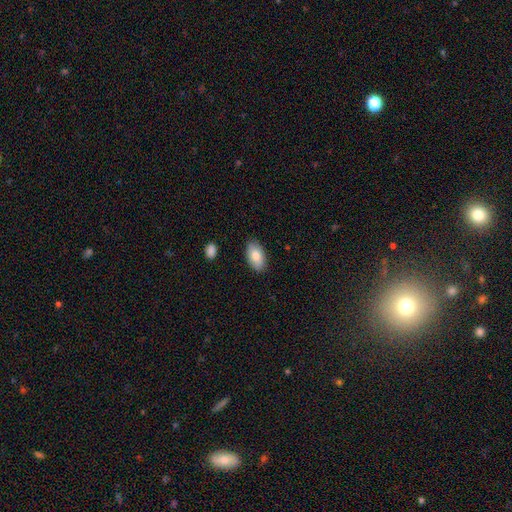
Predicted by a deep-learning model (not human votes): This appears to be a smooth galaxy with no disk features (82%) that is in between round and cigar-shaped (94%). Merging: none (87%).